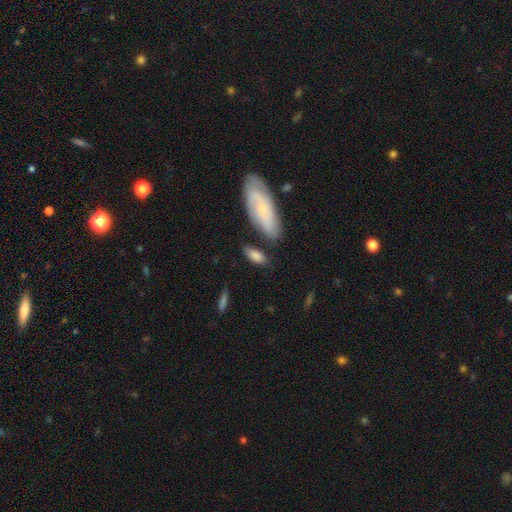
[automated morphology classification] A smooth galaxy with no disk features (78%) that is in between round and cigar-shaped (83%). Merging: none (66%).